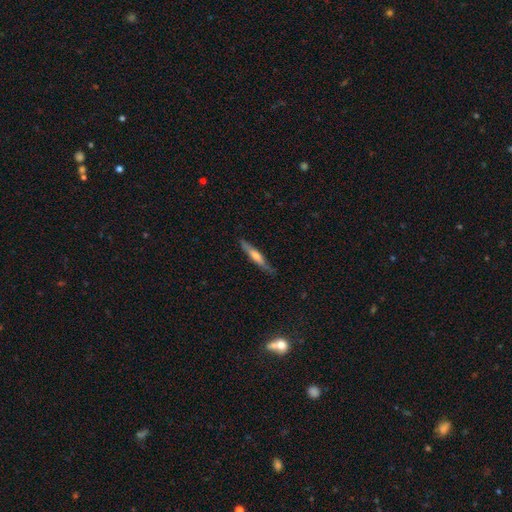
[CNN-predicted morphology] Smooth or featured? smooth (47%, tied with featured or disk)
Merging? none (80%)